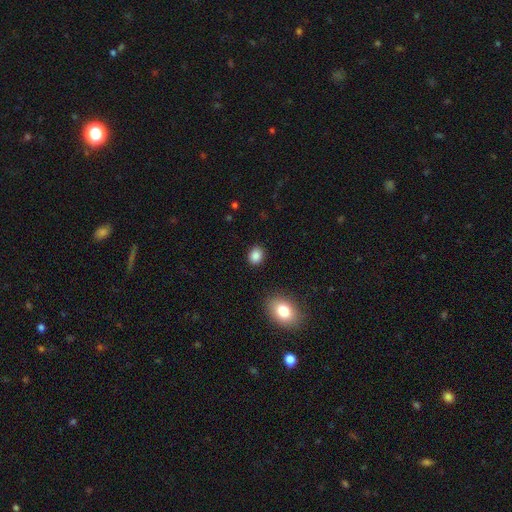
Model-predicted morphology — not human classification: This is clearly a smooth galaxy (86%). How rounded: possibly round (52%). Merging: clearly none (89%).